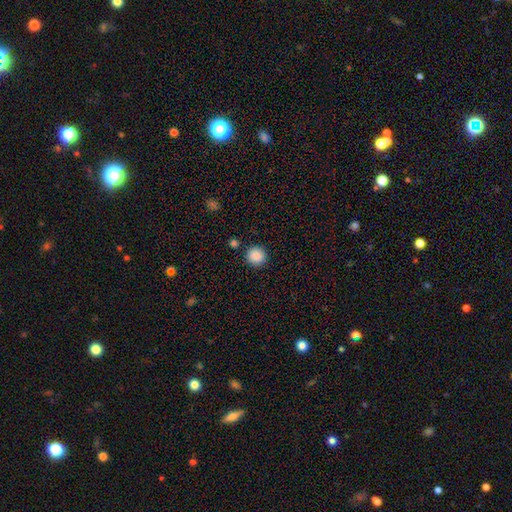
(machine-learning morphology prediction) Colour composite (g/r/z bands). It shows a smooth galaxy with no disk features (88%) that is round (93%). Merging: none (89%).